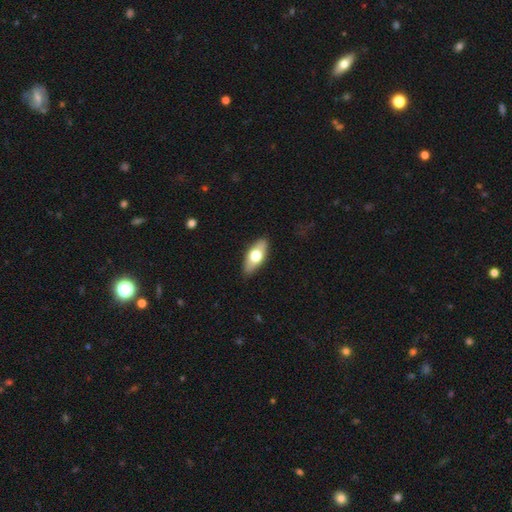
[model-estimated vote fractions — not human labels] Smooth or featured? smooth (61%)
How rounded? in between (80%)
Merging? none (88%)